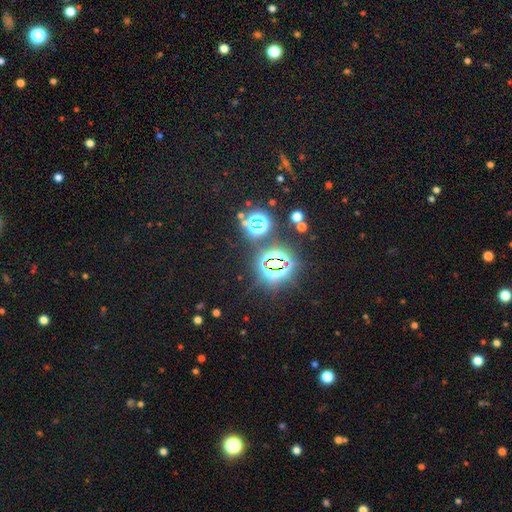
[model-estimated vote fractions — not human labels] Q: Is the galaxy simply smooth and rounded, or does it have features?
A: star or artifact — 79%.